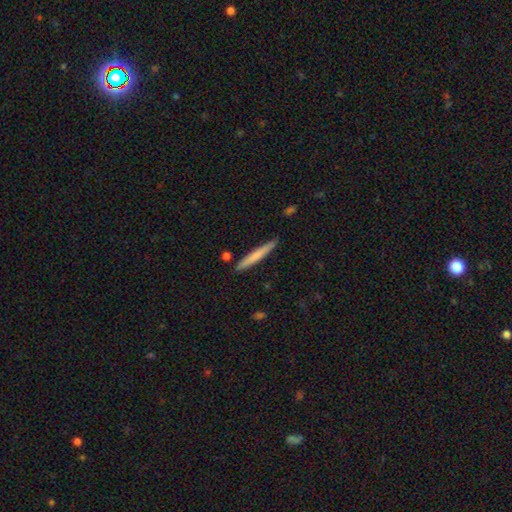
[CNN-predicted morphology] Overall: smooth (66%; featured or disk 29%). How rounded: cigar-shaped (96%). Merging: none (89%).